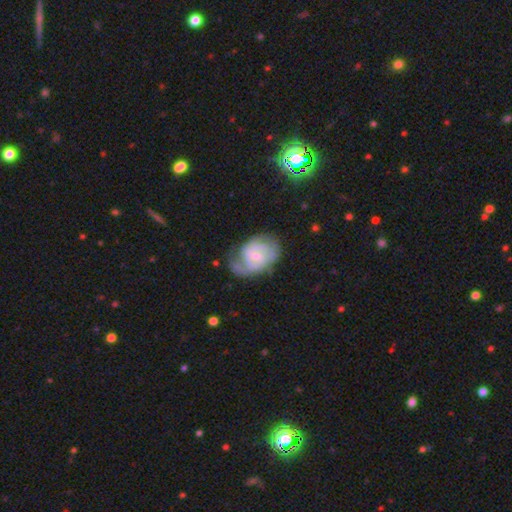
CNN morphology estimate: type=featured or disk (83%); edge-on=no (98%); bar=weak (55%); spiral arms=yes (96%); winding=tight (50%); arm count=2 (55%); bulge=small (60%); merging=none (61%).